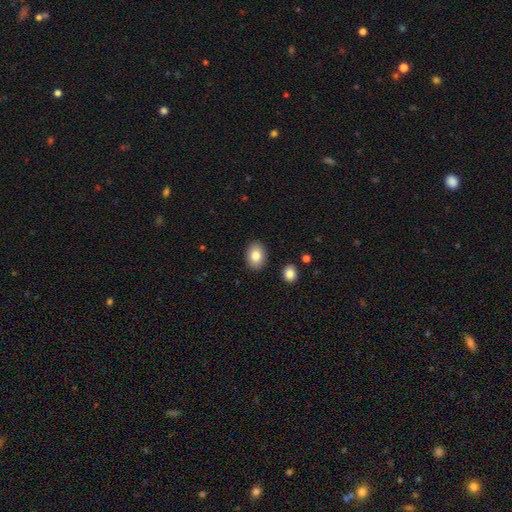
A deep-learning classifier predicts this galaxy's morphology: Smooth or featured: smooth — 84% (featured or disk — 9%)
How rounded: in between — 74% (round — 25%)
Merging: none — 89% (minor disturbance — 7%)